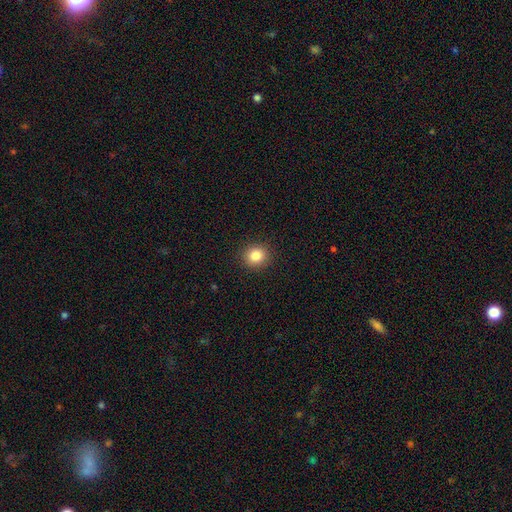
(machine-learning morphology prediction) smooth-or-featured: smooth: 84% | star or artifact: 11% | featured or disk: 5%
  how-rounded: round: 86% | in between: 13% | cigar-shaped: 1%
  merging: none: 91% | minor disturbance: 6% | major disturbance: 2% | merger: 1%